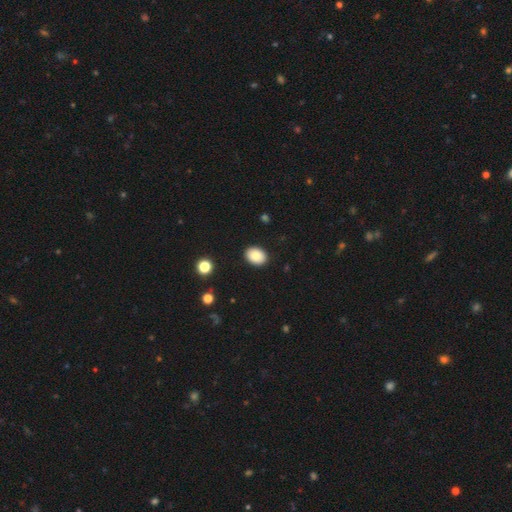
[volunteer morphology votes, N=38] smooth 84%, featured or disk 11%, star or artifact 5%. Down the decision tree: how rounded — in between (88%); merging — none (97%).